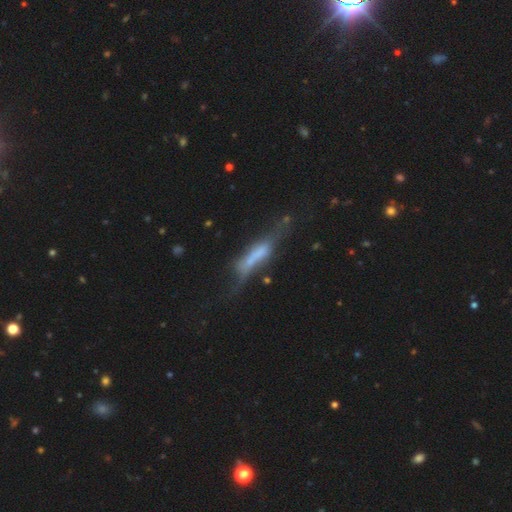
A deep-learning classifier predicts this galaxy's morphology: The model was most divided on "merging": none: 33%, major disturbance: 29%, minor disturbance: 26%, merger: 12%. More confident: edge-on disk — yes (61%); smooth or featured — featured or disk (50%).